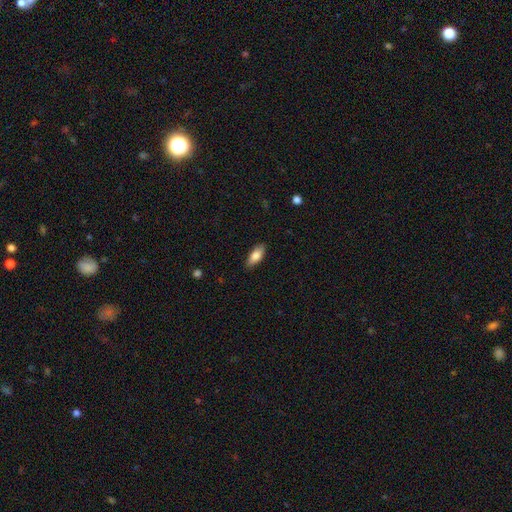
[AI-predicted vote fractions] Smooth or featured?
  - smooth: 80% *
  - featured or disk: 14%
  - star or artifact: 6%
How rounded?
  - in between: 80% *
  - cigar-shaped: 18%
  - round: 2%
Merging?
  - none: 87% *
  - minor disturbance: 10%
  - major disturbance: 2%
  - merger: 1%